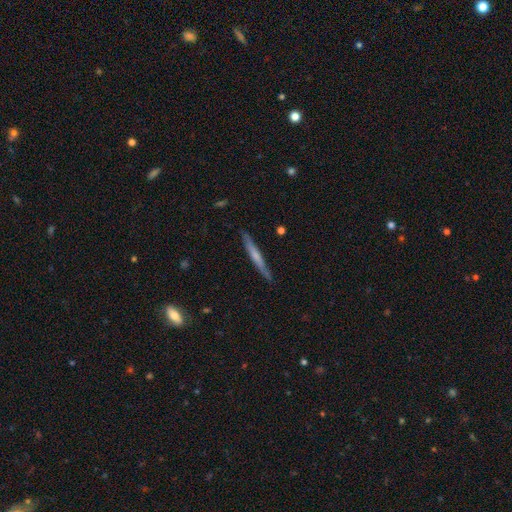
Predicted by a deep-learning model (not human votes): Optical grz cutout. It shows a smooth galaxy with no disk features (48%). Merging: none (88%).